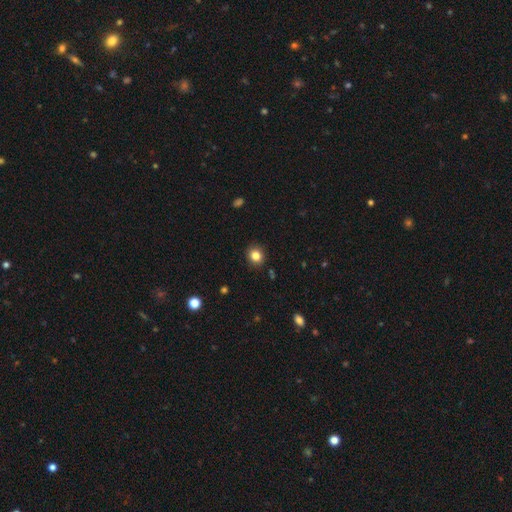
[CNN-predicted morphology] Smooth or featured? smooth (83%)
How rounded? round (79%)
Merging? none (90%)